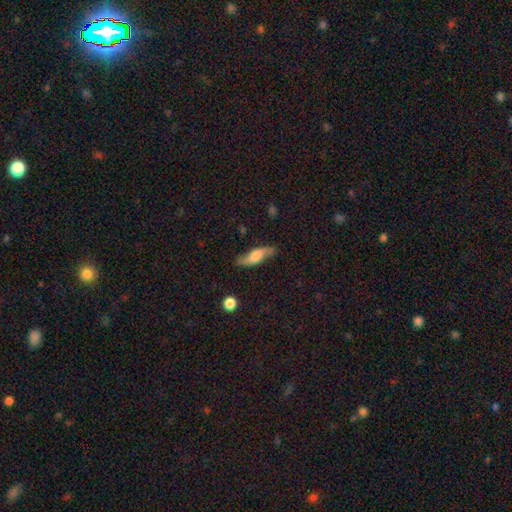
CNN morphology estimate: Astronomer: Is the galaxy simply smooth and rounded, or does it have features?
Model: featured or disk — 53% (runner-up: smooth, 40%).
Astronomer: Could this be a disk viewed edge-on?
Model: no — 60% (runner-up: yes, 40%).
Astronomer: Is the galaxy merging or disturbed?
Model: none — 78%.